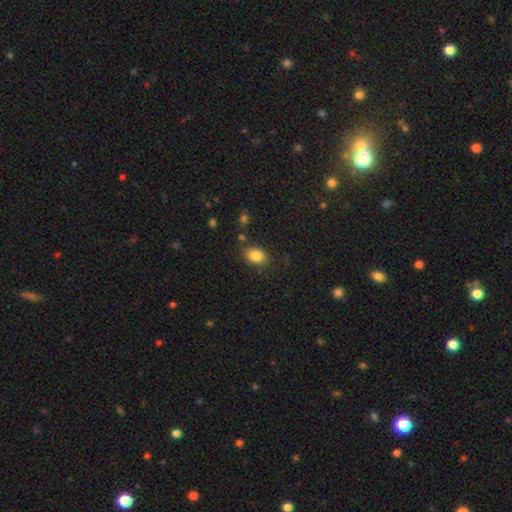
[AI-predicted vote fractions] This is clearly a smooth galaxy (84%). How rounded: likely in between (63%). Merging: clearly none (81%).